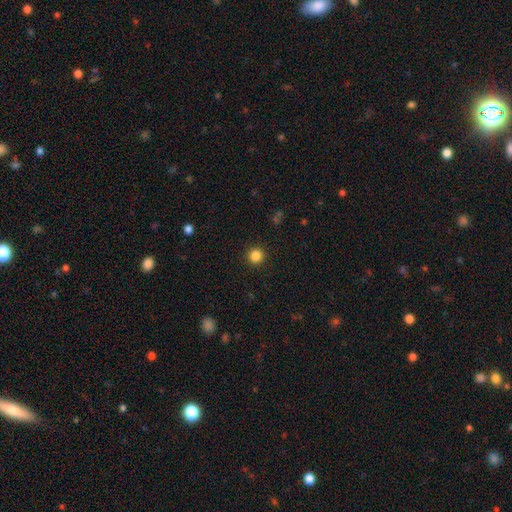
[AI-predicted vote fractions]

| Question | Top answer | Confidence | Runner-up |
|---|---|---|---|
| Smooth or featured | smooth | 85% | star or artifact (11%) |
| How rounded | round | 95% | in between (4%) |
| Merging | none | 92% | minor disturbance (5%) |